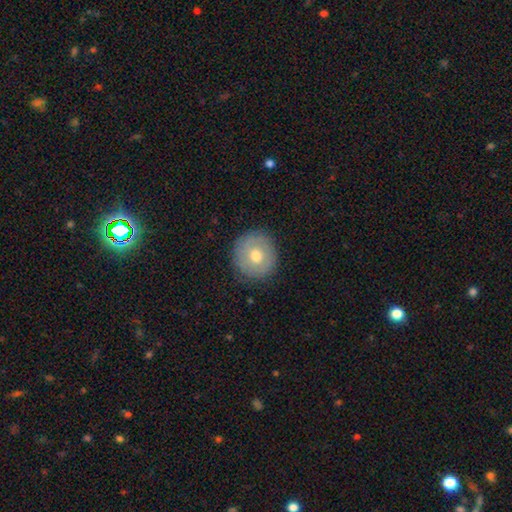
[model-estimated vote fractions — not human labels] smooth 63%, featured or disk 29%, star or artifact 8%. Down the decision tree: how rounded — round (93%); merging — none (87%).